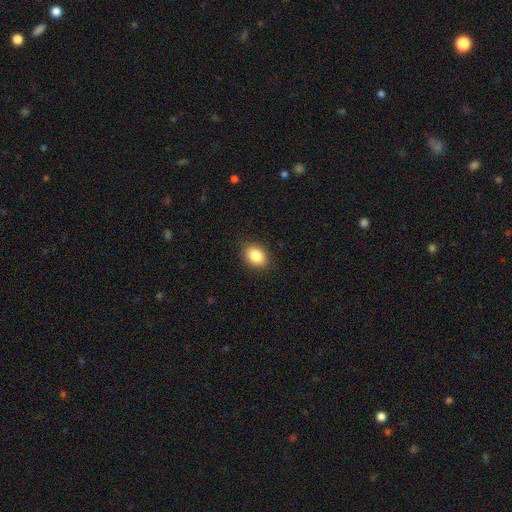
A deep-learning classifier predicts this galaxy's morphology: A smooth galaxy with no disk features (85%) that is in between round and cigar-shaped (74%). Merging: none (88%).